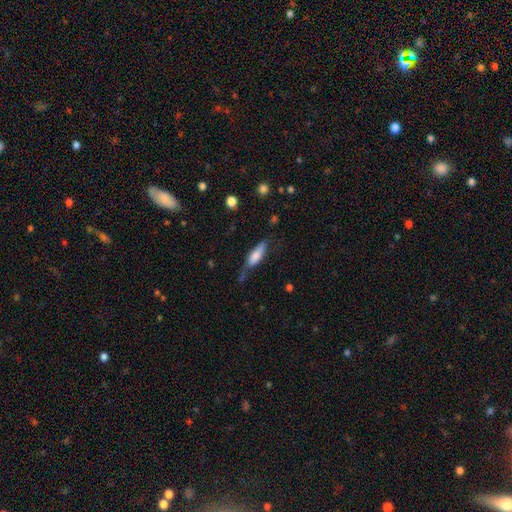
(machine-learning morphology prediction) smooth_or_featured: smooth (p=0.72) [alt: featured or disk p=0.21]
how_rounded: in between (p=0.56) [alt: cigar-shaped p=0.42]
merging: none (p=0.49) [alt: minor disturbance p=0.33]